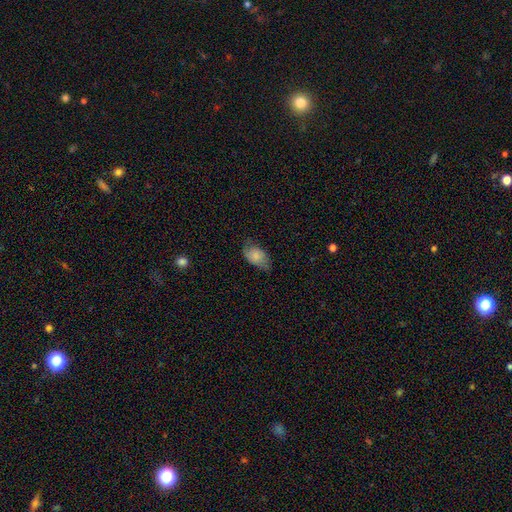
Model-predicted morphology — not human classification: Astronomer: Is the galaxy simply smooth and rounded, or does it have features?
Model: smooth — 74%.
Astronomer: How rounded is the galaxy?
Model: in between — 89%.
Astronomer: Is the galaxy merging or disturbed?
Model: none — 59%.